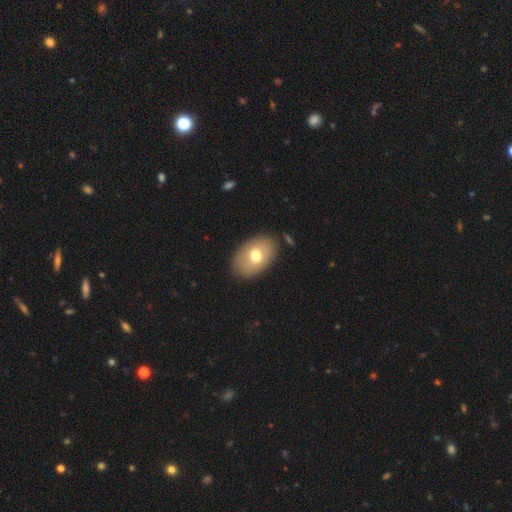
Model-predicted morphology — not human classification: Smooth or featured: smooth — 69% (featured or disk — 24%)
How rounded: in between — 86% (round — 12%)
Merging: none — 85% (minor disturbance — 10%)